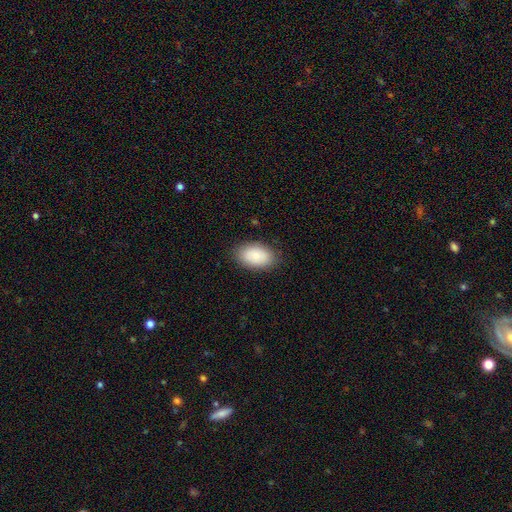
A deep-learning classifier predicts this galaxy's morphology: This appears to be a smooth galaxy with no disk features (80%) that is in between round and cigar-shaped (91%). Merging: none (85%).